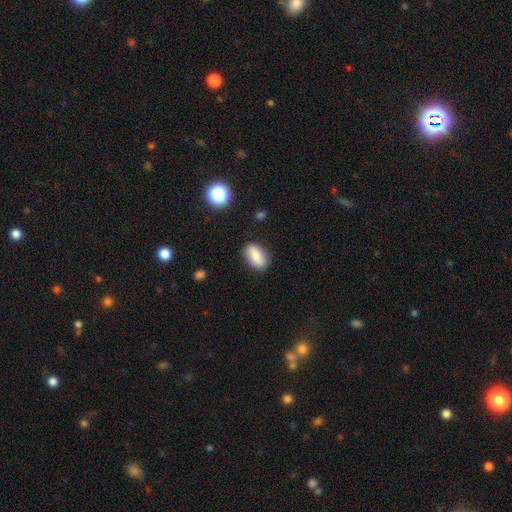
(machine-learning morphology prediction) A smooth galaxy with no disk features (75%) that is in between round and cigar-shaped (86%). Merging: none (83%).